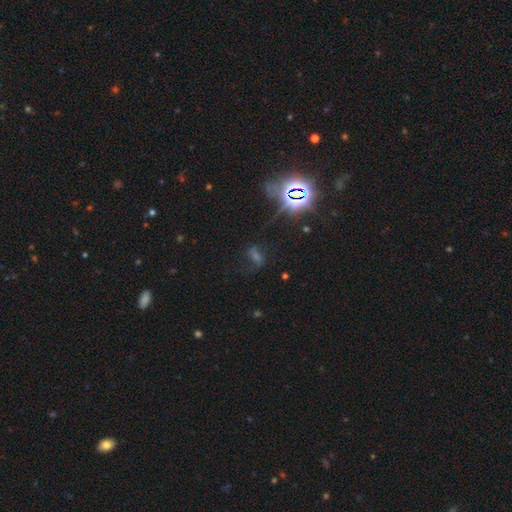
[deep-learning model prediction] This appears to be a star or artifact, not a galaxy (48%).